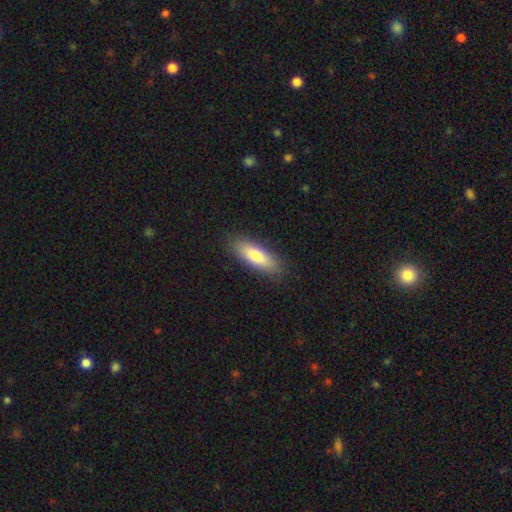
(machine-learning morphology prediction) type=smooth (78%); roundness=in between (56%); merging=none (87%).